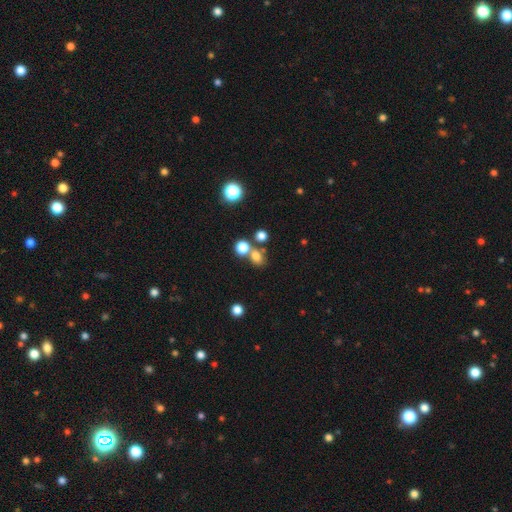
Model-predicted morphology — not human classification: A smooth galaxy with no disk features (72%) that is round (62%). Merging: none (54%).